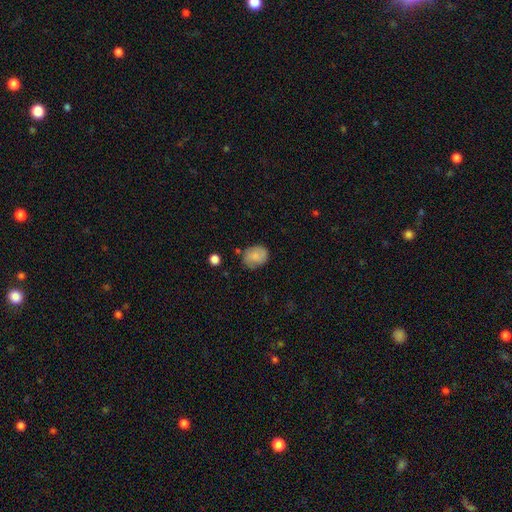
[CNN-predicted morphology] Smooth or featured? Predicted: smooth (p=0.74). How rounded? Predicted: round (p=0.51). Merging? Predicted: none (p=0.67).